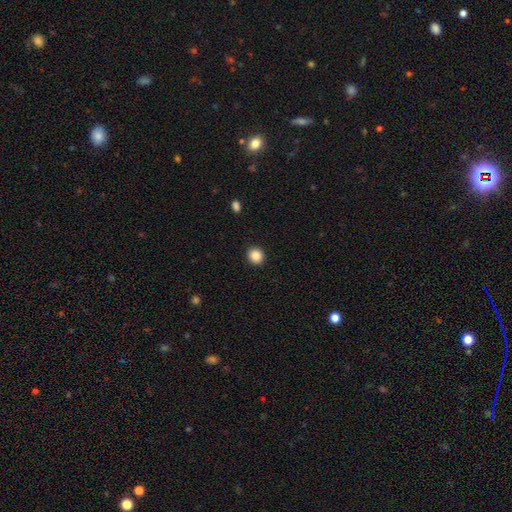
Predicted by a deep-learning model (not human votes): Overall: smooth (88%). How rounded: round (85%). Merging: none (92%).